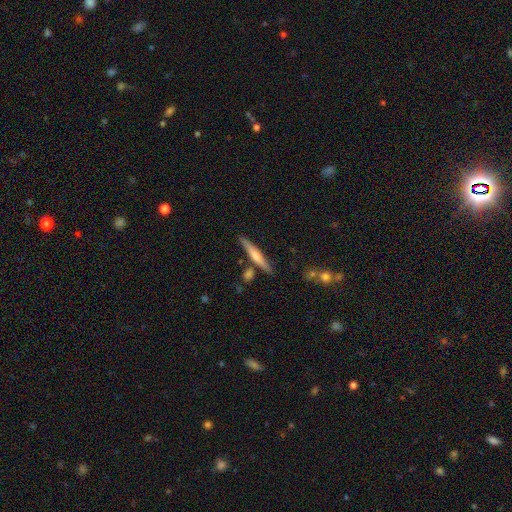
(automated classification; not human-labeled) smooth-or-featured: smooth: 48% | featured or disk: 46% | star or artifact: 6%
  merging: none: 82% | minor disturbance: 10% | merger: 6% | major disturbance: 2%